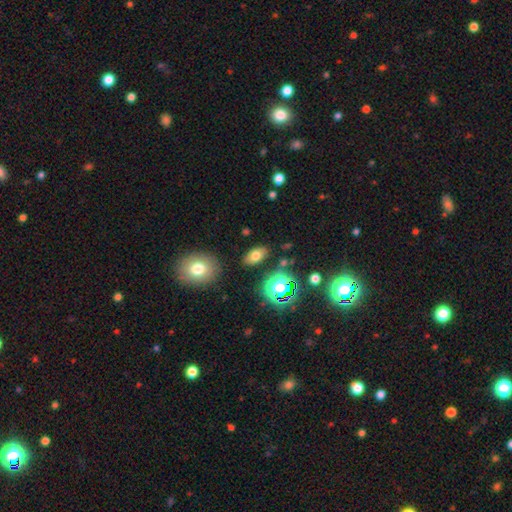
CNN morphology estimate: smooth-or-featured: smooth: 71% | star or artifact: 17% | featured or disk: 12%
  how-rounded: in between: 88% | round: 9% | cigar-shaped: 3%
  merging: none: 84% | minor disturbance: 10% | merger: 3% | major disturbance: 3%